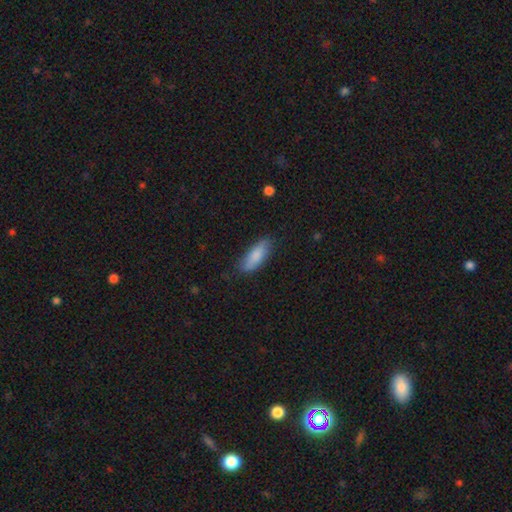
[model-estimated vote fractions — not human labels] This is clearly a smooth galaxy (83%). How rounded: likely in between (66%). Merging: likely none (78%).